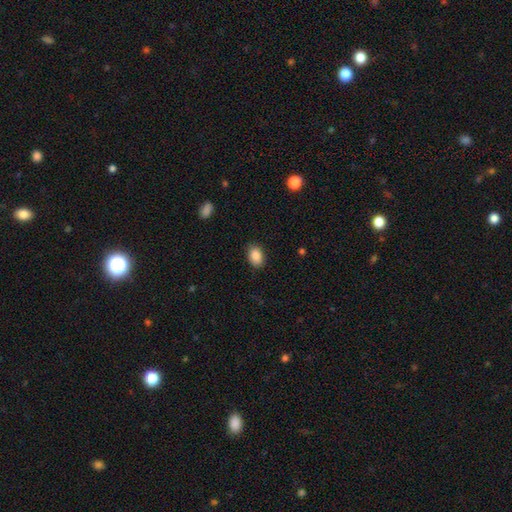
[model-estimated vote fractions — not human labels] This appears to be a smooth galaxy with no disk features (89%) that is in between round and cigar-shaped (80%). Merging: none (87%).